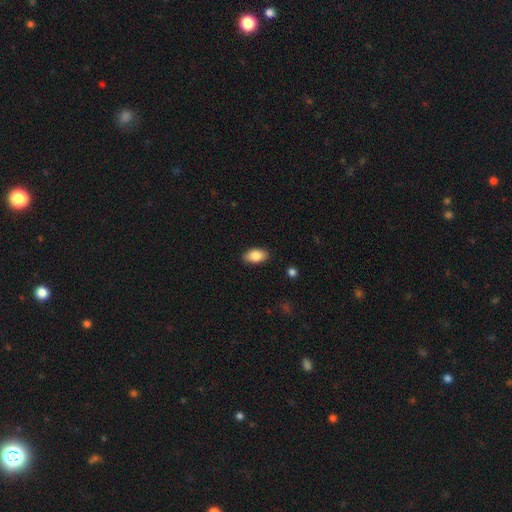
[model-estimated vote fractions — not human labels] Overall: smooth (85%). How rounded: in between (93%). Merging: none (88%).